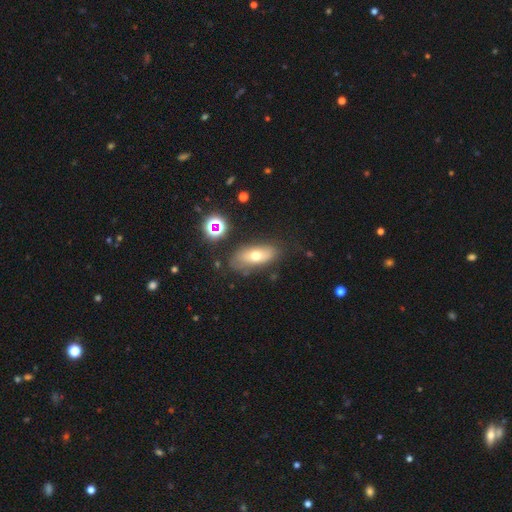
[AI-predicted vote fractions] Morphology: type=smooth (59%); roundness=in between (81%); merging=none (73%).